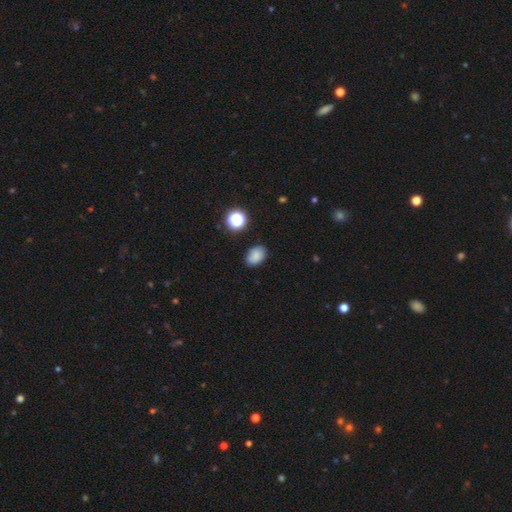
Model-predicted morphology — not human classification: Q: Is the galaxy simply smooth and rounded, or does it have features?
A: smooth — 81%.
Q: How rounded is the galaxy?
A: in between — 74%.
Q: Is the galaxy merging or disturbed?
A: none — 81%.